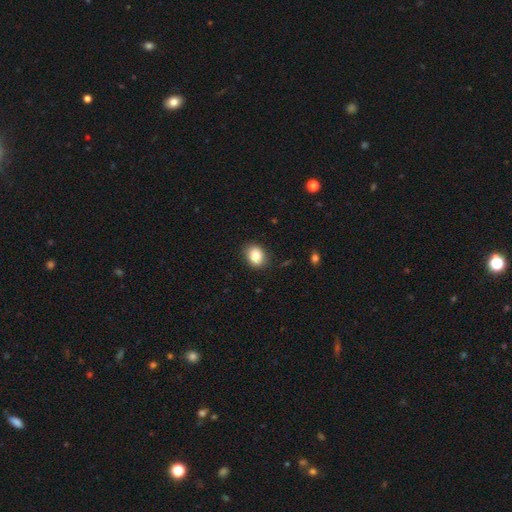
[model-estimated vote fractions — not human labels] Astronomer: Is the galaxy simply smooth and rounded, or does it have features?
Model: smooth — 85%.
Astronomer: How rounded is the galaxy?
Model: in between — 54% (runner-up: round, 45%).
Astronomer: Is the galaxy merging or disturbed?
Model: none — 87%.